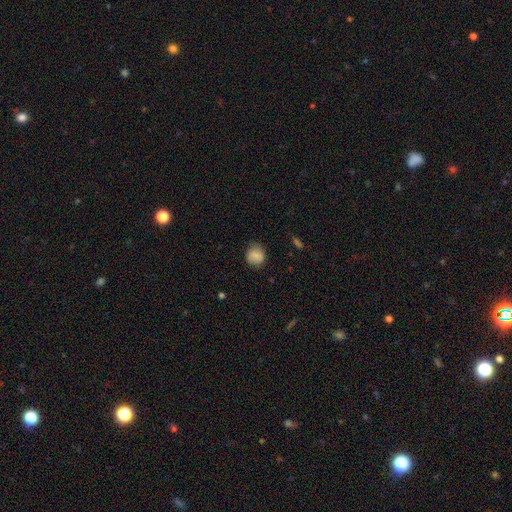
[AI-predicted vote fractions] A smooth galaxy with no disk features (79%) that is round (84%).

Vote fractions:
- Smooth or featured? smooth: 79% / featured or disk: 13% / star or artifact: 8%
- How rounded? round: 84% / in between: 15% / cigar-shaped: 1%
- Merging? none: 79% / minor disturbance: 16% / major disturbance: 4% / merger: 1%